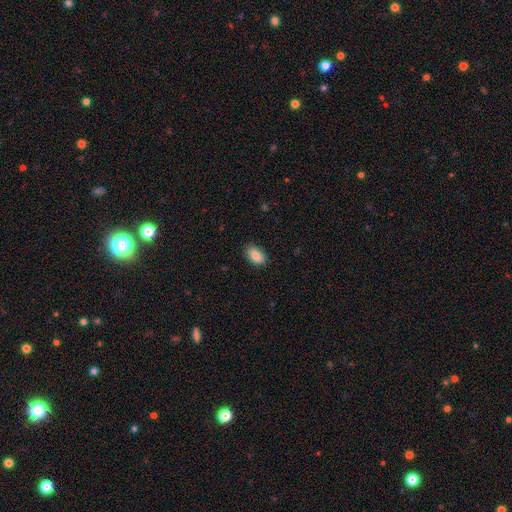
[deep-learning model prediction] This appears to be a smooth galaxy with no disk features (85%) that is in between round and cigar-shaped (91%). Merging: none (85%).